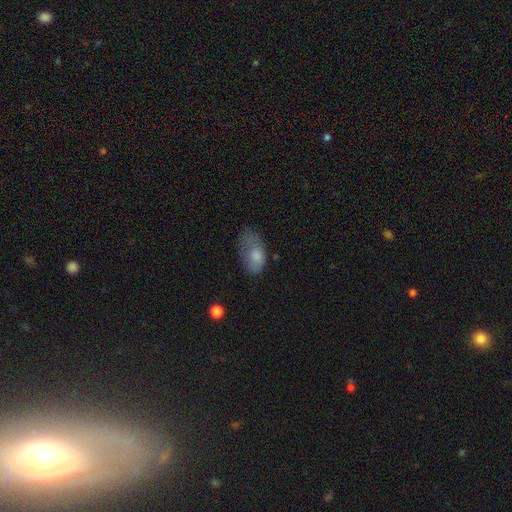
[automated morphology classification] Smooth or featured: smooth — 72% (featured or disk — 20%)
How rounded: in between — 91% (round — 7%)
Merging: none — 33% (tied with minor disturbance — 33%)